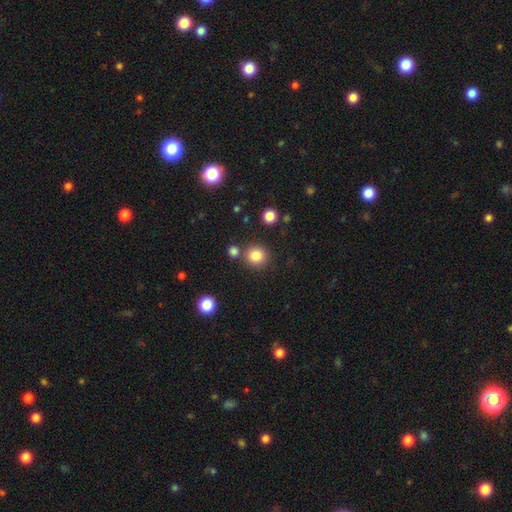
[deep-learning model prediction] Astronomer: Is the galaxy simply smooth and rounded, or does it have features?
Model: smooth — 84%.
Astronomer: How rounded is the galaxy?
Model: round — 91%.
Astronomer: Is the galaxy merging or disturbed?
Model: none — 81%.